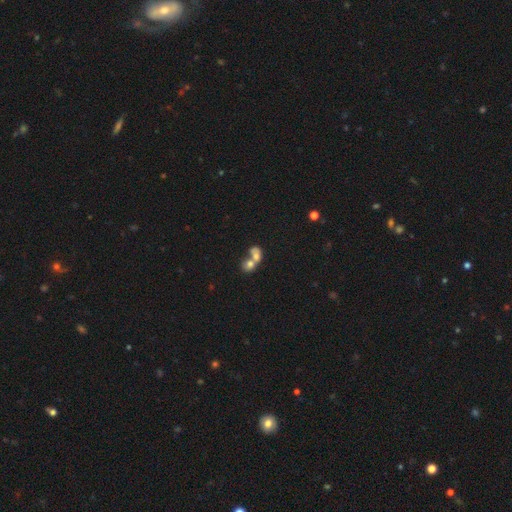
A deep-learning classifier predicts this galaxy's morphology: This appears to be a smooth galaxy with no disk features (68%) that is in between round and cigar-shaped (56%). Merging: merger (74%).